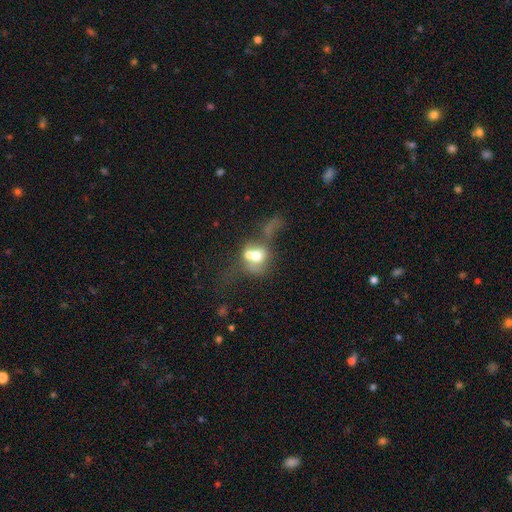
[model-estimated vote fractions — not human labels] A smooth galaxy with no disk features (55%) that is round (55%). Merging: merger (60%).